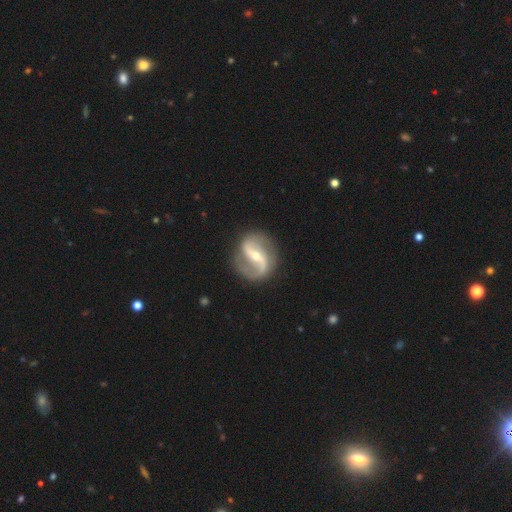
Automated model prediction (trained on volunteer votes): A featured or disk galaxy (89%) with a strong bar (48%), 2 (91%) loose (48%) spiral arms (95%) and a small central bulge (55%).

Vote fractions:
- Smooth or featured? featured or disk: 89% / smooth: 6% / star or artifact: 5%
- Edge-on disk? no: 97% / yes: 3%
- Bar? strong: 48% / weak: 33% / no: 18%
- Spiral arms? yes: 95% / no: 5%
- Spiral winding? loose: 48% / medium: 40% / tight: 12%
- Spiral arm count? 2: 91% / 1: 3% / can't tell: 2% / 3: 1% / 4: 1% / more than 4: 1%
- Bulge size? small: 55% / moderate: 41% / large: 2% / none: 1% / dominant: 1%
- Merging? none: 82% / minor disturbance: 12% / major disturbance: 5% / merger: 1%